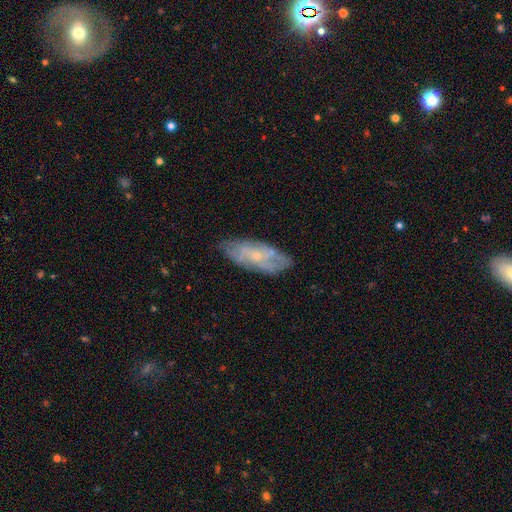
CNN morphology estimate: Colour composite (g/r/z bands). It shows a featured or disk galaxy (60%) with no bar (79%), spiral arms (57%) and a small central bulge (74%). Merging: none (71%).